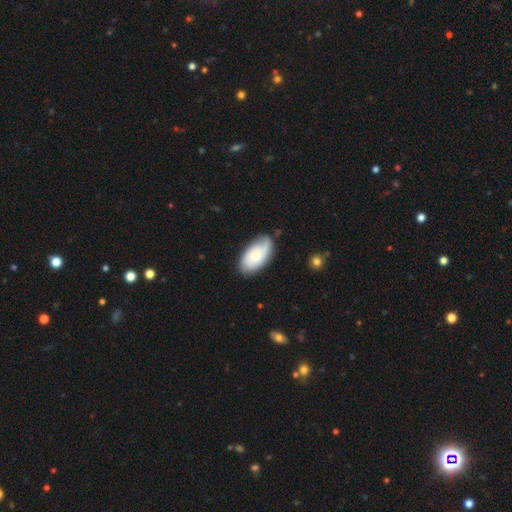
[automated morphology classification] smooth 49%, featured or disk 45%, star or artifact 6%. Down the decision tree: merging — none (66%).